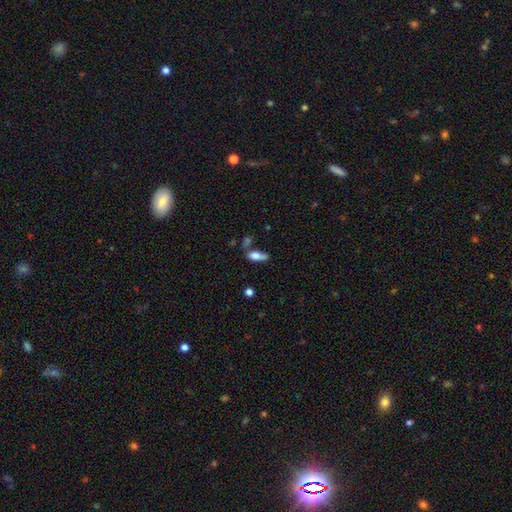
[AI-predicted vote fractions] smooth 72%, featured or disk 19%, star or artifact 8%. Down the decision tree: how rounded — in between (73%); merging — none (42%).